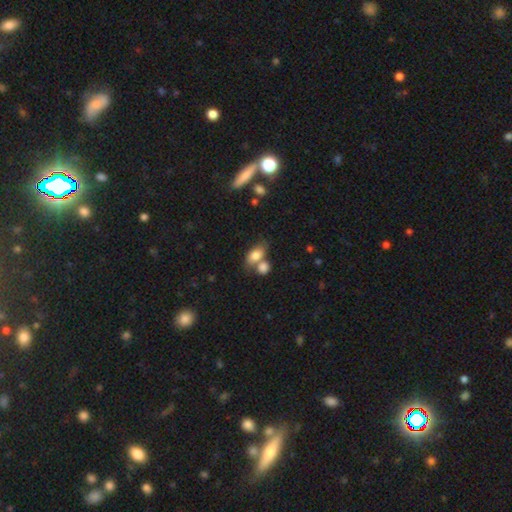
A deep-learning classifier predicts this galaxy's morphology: Smooth or featured? smooth (79%)
How rounded? in between (85%)
Merging? merger (44%)